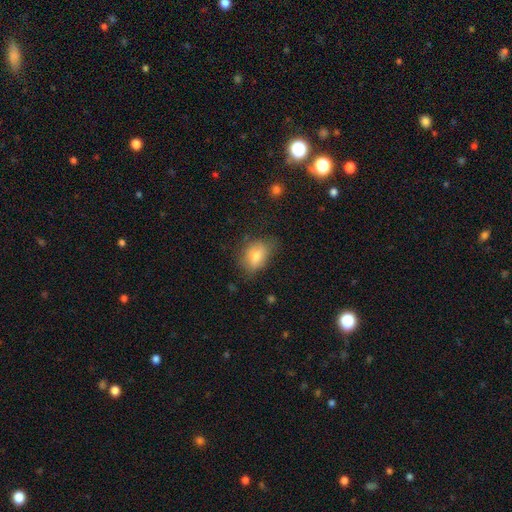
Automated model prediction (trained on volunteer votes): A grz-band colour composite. It shows a smooth galaxy with no disk features (76%) that is in between round and cigar-shaped (68%). Merging: none (63%).